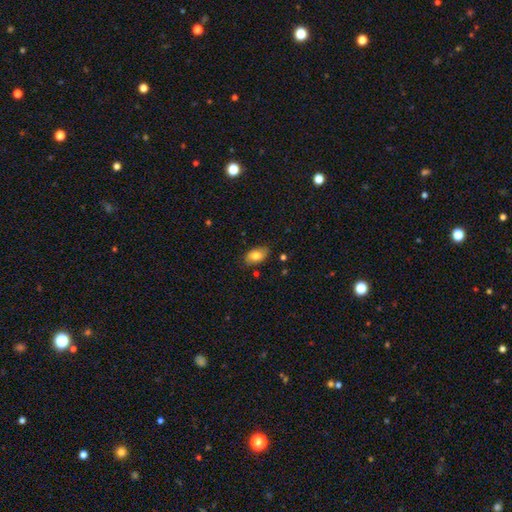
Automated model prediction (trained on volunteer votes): Smooth or featured? smooth (78%)
How rounded? in between (91%)
Merging? none (78%)